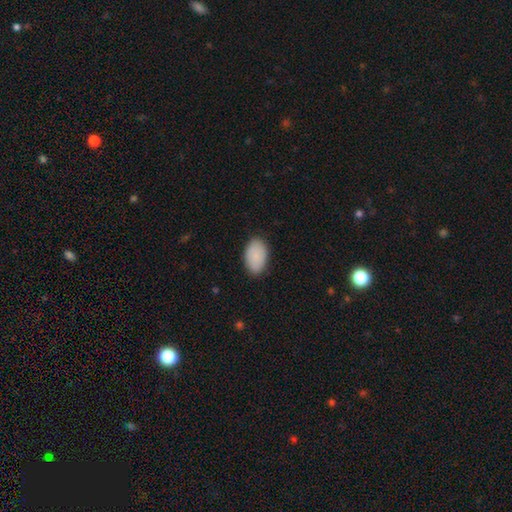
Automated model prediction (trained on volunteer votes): This appears to be a smooth galaxy with no disk features (90%) that is in between round and cigar-shaped (93%). Merging: none (86%).